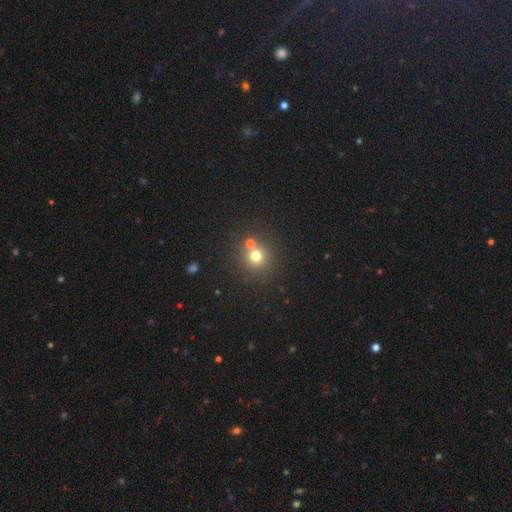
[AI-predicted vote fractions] smooth-or-featured: smooth: 73% | star or artifact: 18% | featured or disk: 9%
  how-rounded: round: 91% | in between: 8% | cigar-shaped: 1%
  merging: none: 69% | merger: 21% | minor disturbance: 7% | major disturbance: 3%